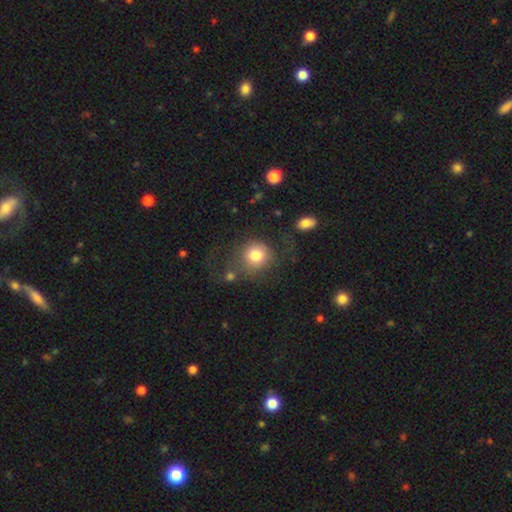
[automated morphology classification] This appears to be a smooth galaxy with no disk features (77%) that is round (86%). Merging: none (58%).